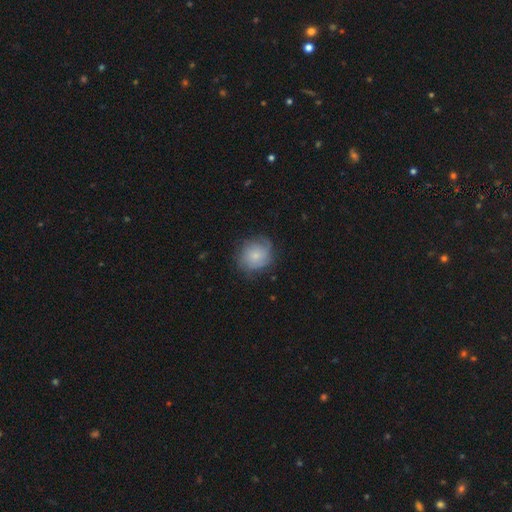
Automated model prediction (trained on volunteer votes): smooth 58%, featured or disk 34%, star or artifact 8%. Down the decision tree: how rounded — round (79%); merging — none (68%).